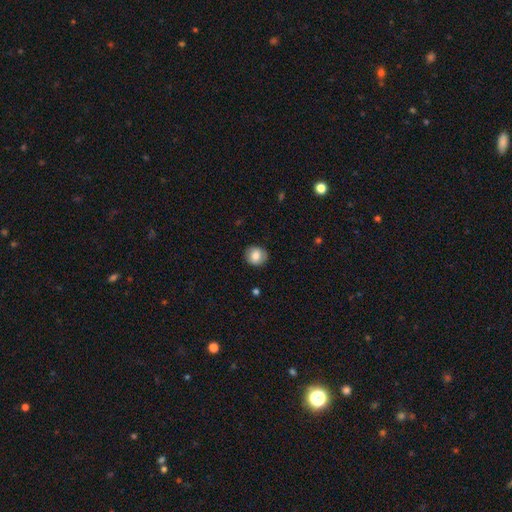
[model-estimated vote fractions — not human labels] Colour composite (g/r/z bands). It shows a smooth galaxy with no disk features (78%) that is round (84%). Merging: none (85%).